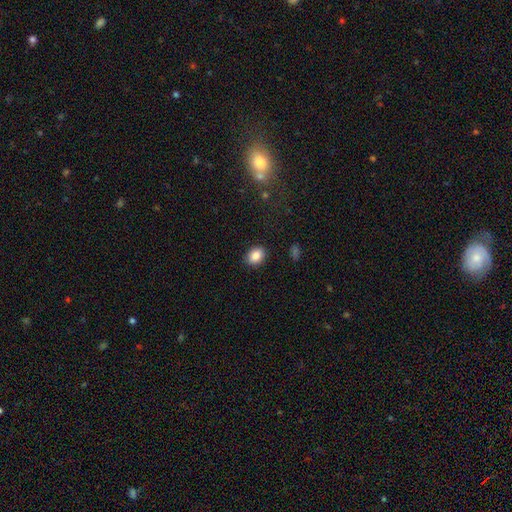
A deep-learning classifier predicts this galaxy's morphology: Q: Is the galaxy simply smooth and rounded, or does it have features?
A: smooth — 86%.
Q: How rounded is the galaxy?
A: in between — 65%.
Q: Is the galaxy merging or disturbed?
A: none — 87%.